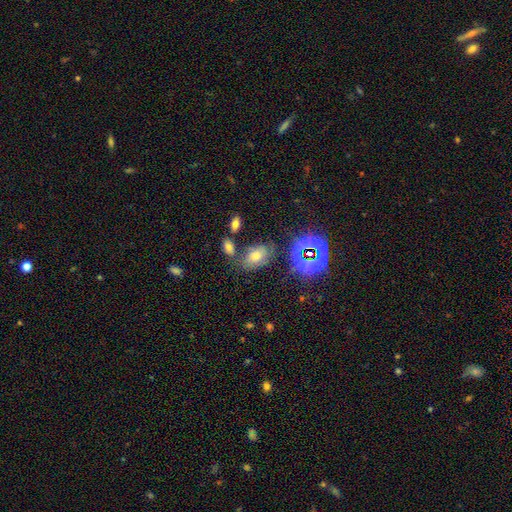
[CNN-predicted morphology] smooth-or-featured: smooth: 57% | star or artifact: 25% | featured or disk: 18%
  how-rounded: in between: 88% | round: 10% | cigar-shaped: 2%
  merging: none: 64% | minor disturbance: 18% | merger: 11% | major disturbance: 7%